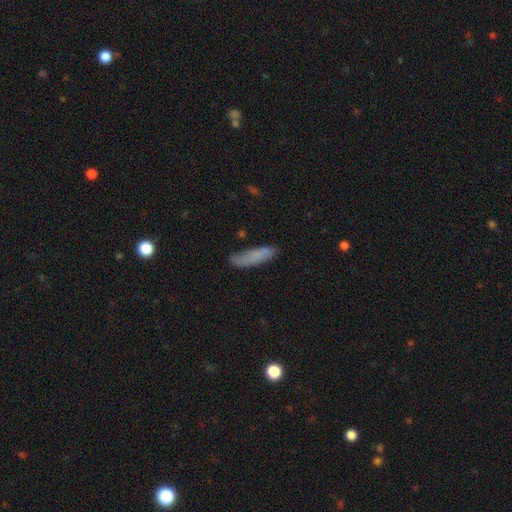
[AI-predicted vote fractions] Smooth or featured? smooth (77%)
How rounded? cigar-shaped (69%)
Merging? none (71%)